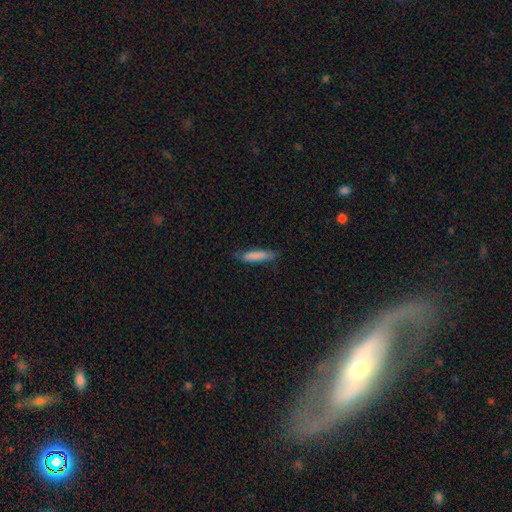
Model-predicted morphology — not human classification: Q: Smooth or featured?
A: smooth (81%); runner-up: featured or disk (13%)
Q: How rounded?
A: cigar-shaped (83%); runner-up: in between (15%)
Q: Merging?
A: none (73%); runner-up: minor disturbance (21%)